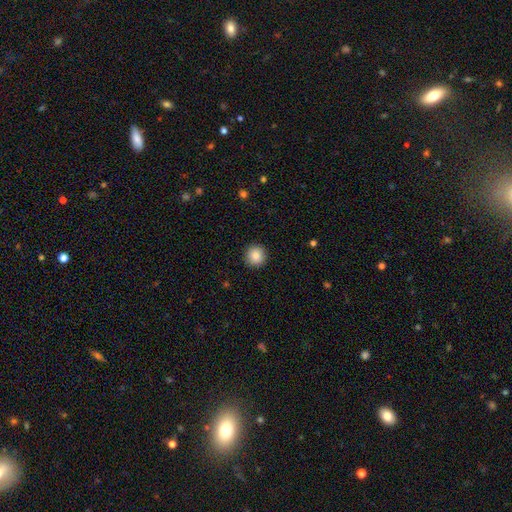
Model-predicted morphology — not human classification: smooth 86%, star or artifact 9%, featured or disk 5%. Down the decision tree: how rounded — round (95%); merging — none (92%).